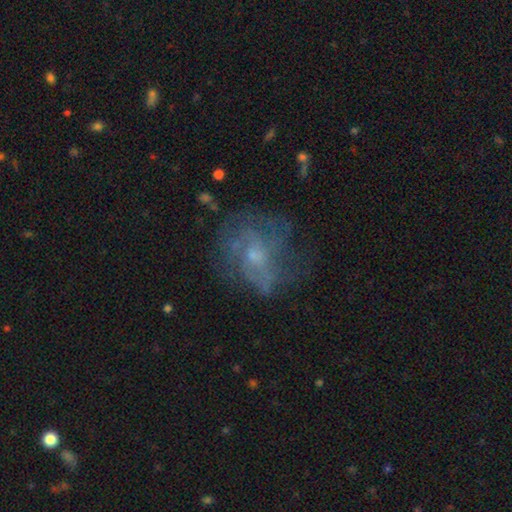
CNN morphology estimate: Smooth or featured? Predicted: featured or disk (p=0.64). Edge-on disk? Predicted: no (p=0.97). Bar? Predicted: no (p=0.74). Spiral arms? Predicted: yes (p=0.57). Bulge size? Predicted: small (p=0.57). Merging? Predicted: none (p=0.56).